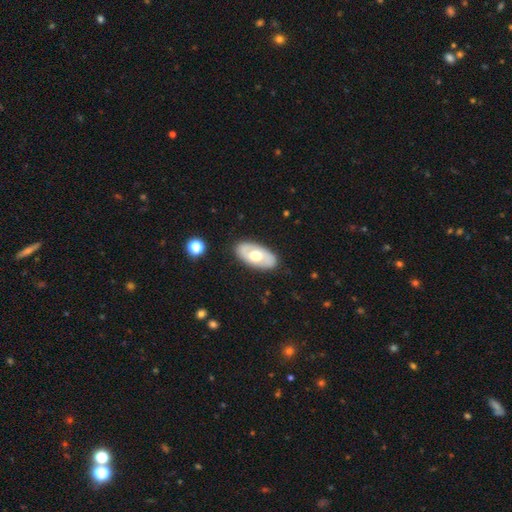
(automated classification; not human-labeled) A featured or disk galaxy (51%).

Vote fractions:
- Smooth or featured? featured or disk: 51% / smooth: 44% / star or artifact: 5%
- Edge-on disk? no: 85% / yes: 15%
- Merging? none: 85% / minor disturbance: 11% / major disturbance: 3% / merger: 1%